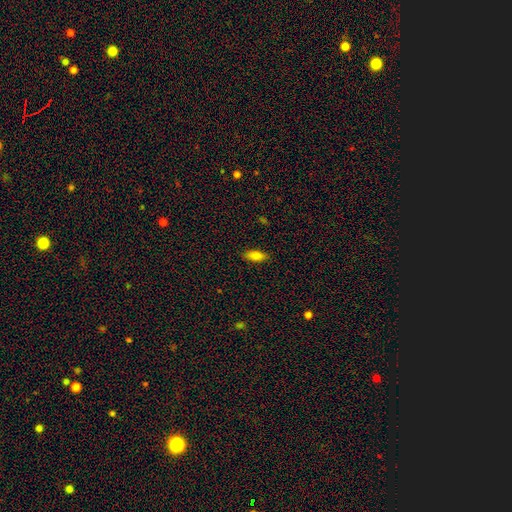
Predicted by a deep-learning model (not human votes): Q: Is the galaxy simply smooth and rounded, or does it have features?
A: smooth — 80%.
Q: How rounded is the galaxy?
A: in between — 79%.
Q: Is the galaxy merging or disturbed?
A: none — 87%.